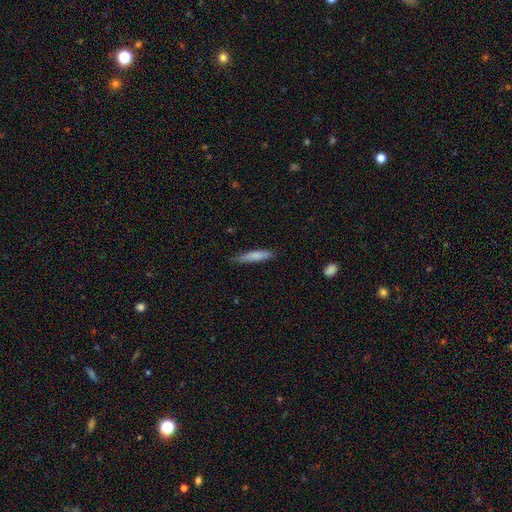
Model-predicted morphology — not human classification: Smooth or featured? Predicted: smooth (p=0.78). How rounded? Predicted: cigar-shaped (p=0.88). Merging? Predicted: none (p=0.73).